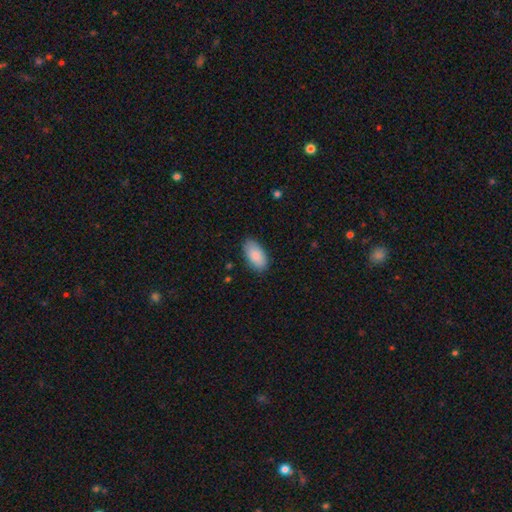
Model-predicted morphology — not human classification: smooth 89%, featured or disk 6%, star or artifact 6%. Down the decision tree: how rounded — in between (95%); merging — none (85%).